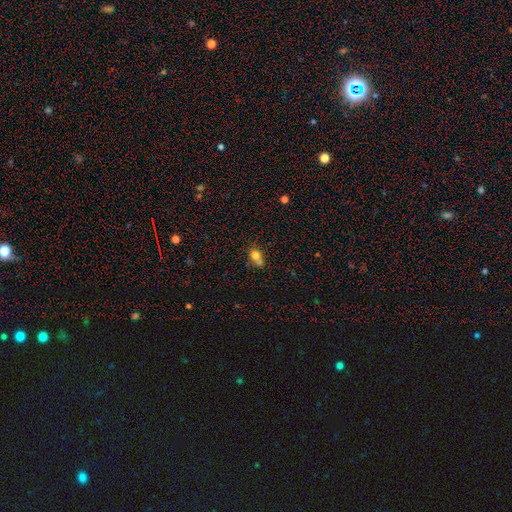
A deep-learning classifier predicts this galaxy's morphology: type=smooth (75%); roundness=round (64%); merging=merger (43%).